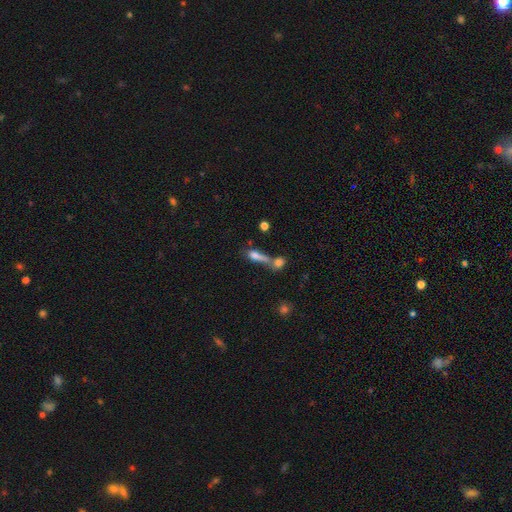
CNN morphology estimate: Smooth or featured?
  - smooth: 68% *
  - featured or disk: 21%
  - star or artifact: 12%
How rounded?
  - in between: 49% *
  - cigar-shaped: 40%
  - round: 11%
Merging?
  - merger: 51% *
  - none: 26%
  - minor disturbance: 11%
  - major disturbance: 11%